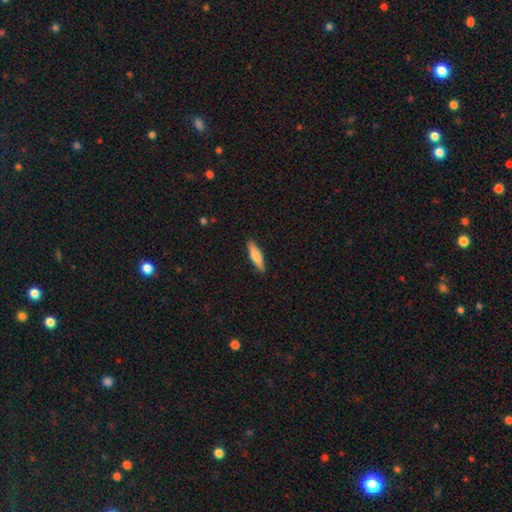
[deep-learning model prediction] This appears to be a smooth galaxy with no disk features (63%) that is cigar-shaped (75%). Merging: none (90%).